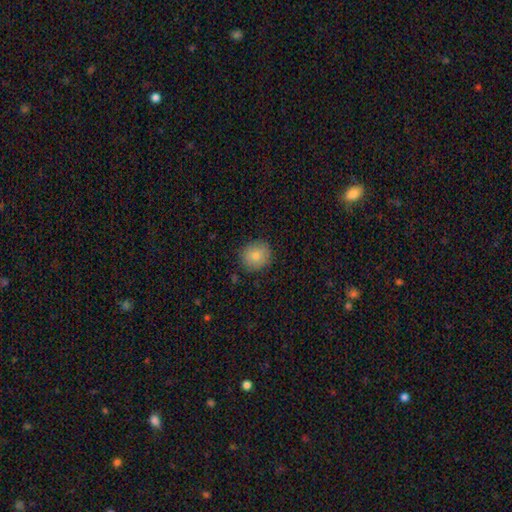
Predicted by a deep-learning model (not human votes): The model was most divided on "how rounded": round: 83%, in between: 16%, cigar-shaped: 1%. More confident: merging — none (86%); smooth or featured — smooth (83%).